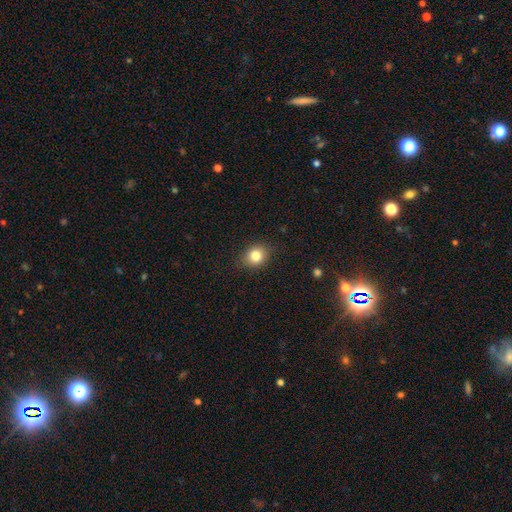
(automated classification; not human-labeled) Q: Smooth or featured?
A: smooth (82%); runner-up: star or artifact (11%)
Q: How rounded?
A: round (63%); runner-up: in between (36%)
Q: Merging?
A: none (86%); runner-up: minor disturbance (11%)